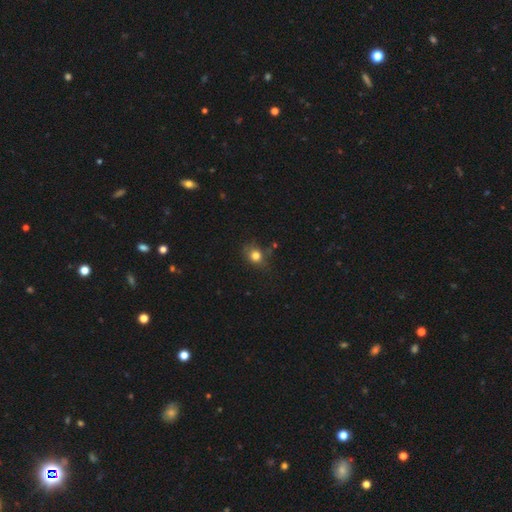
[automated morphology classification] Smooth or featured? Predicted: smooth (p=0.78). How rounded? Predicted: round (p=0.70). Merging? Predicted: none (p=0.66).